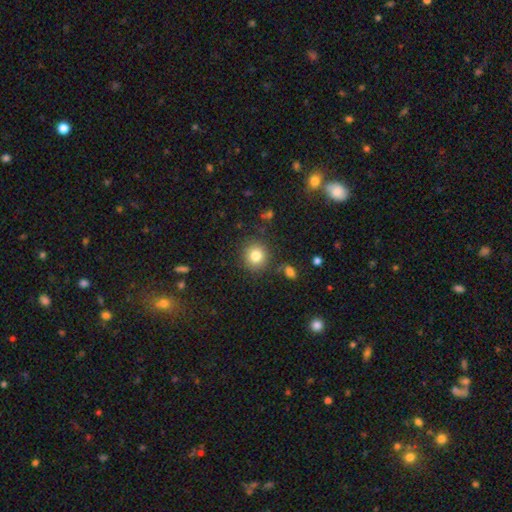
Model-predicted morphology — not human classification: Q: Smooth or featured?
A: smooth (81%); runner-up: star or artifact (11%)
Q: How rounded?
A: round (89%); runner-up: in between (10%)
Q: Merging?
A: none (87%); runner-up: minor disturbance (8%)